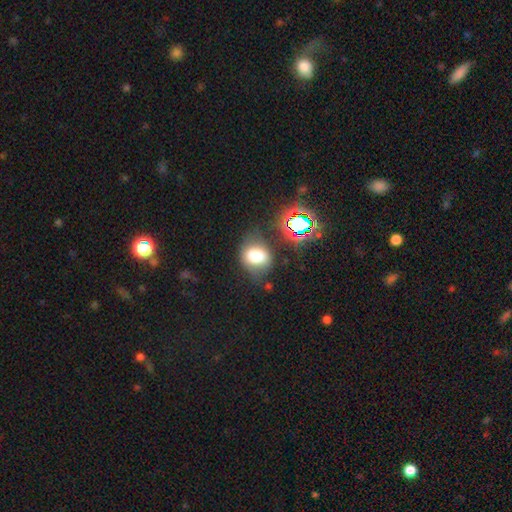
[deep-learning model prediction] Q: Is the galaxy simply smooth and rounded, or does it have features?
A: smooth — 73%.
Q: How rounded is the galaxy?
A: round — 55%.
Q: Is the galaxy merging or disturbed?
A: none — 57%.